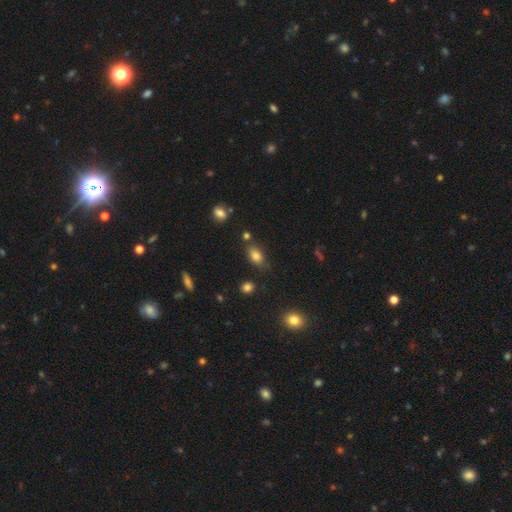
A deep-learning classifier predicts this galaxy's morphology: A smooth galaxy with no disk features (82%) that is in between round and cigar-shaped (85%). Merging: none (72%).